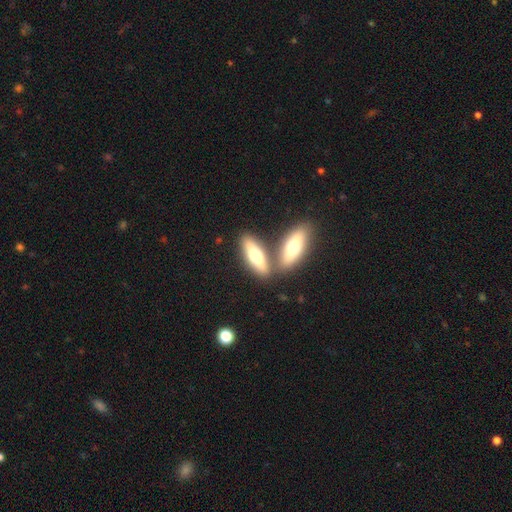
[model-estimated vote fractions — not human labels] This is possibly a smooth galaxy (54%). How rounded: possibly cigar-shaped (53%). Merging: possibly none (59%).